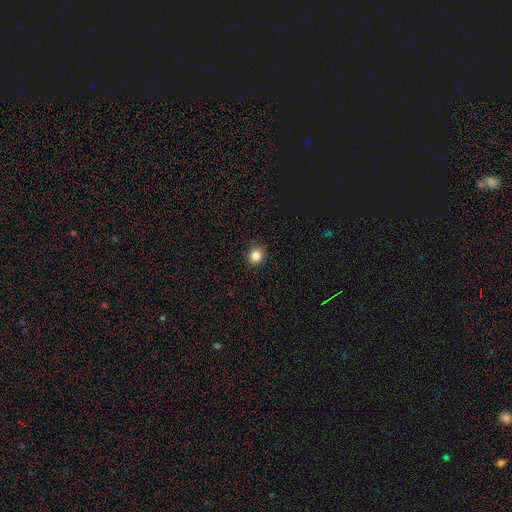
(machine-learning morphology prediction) Smooth or featured? smooth (84%)
How rounded? round (80%)
Merging? none (90%)